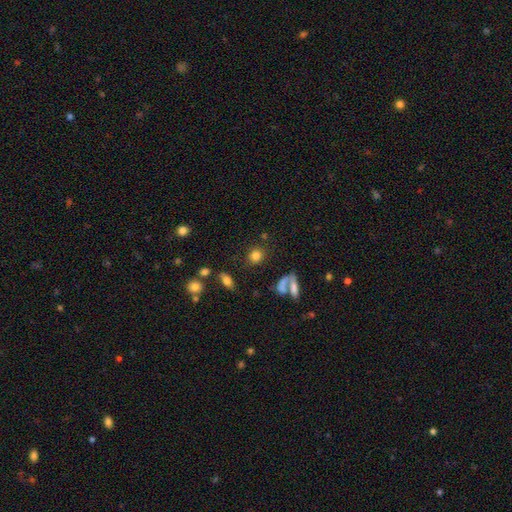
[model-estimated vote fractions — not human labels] This is likely a smooth galaxy (80%). How rounded: likely round (75%). Merging: likely none (76%).